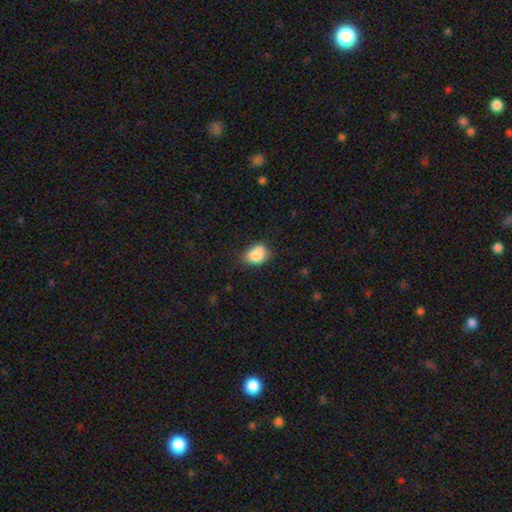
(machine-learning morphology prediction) Q: Smooth or featured?
A: smooth (85%); runner-up: star or artifact (9%)
Q: How rounded?
A: in between (65%); runner-up: round (33%)
Q: Merging?
A: none (61%); runner-up: minor disturbance (29%)